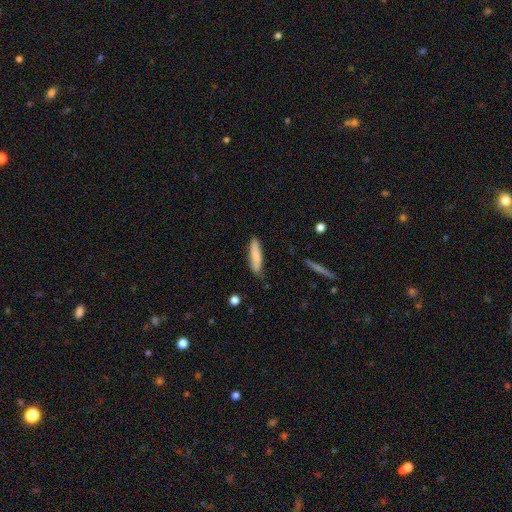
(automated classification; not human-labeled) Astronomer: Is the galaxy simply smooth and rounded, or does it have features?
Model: smooth — 81%.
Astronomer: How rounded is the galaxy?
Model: cigar-shaped — 76%.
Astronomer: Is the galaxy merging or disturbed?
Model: none — 82%.